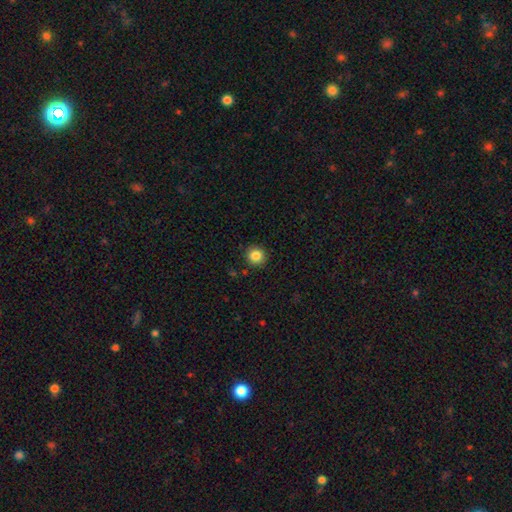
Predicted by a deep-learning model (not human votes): smooth-or-featured: smooth: 85% | star or artifact: 10% | featured or disk: 5%
  how-rounded: round: 94% | in between: 5% | cigar-shaped: 1%
  merging: none: 91% | minor disturbance: 6% | major disturbance: 2% | merger: 1%